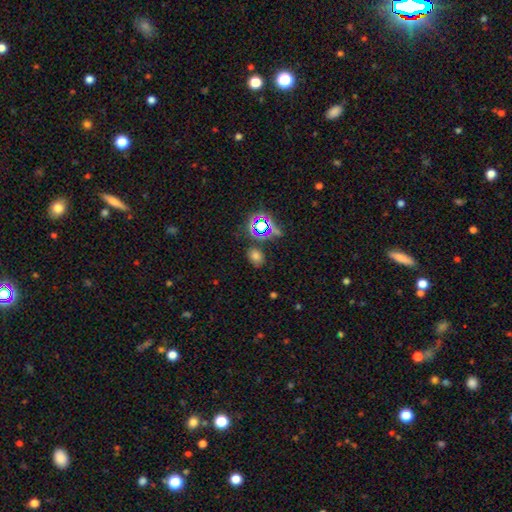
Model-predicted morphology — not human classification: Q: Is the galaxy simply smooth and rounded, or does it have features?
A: smooth — 60%.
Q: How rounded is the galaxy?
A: in between — 66%.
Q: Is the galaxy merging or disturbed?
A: none — 77%.